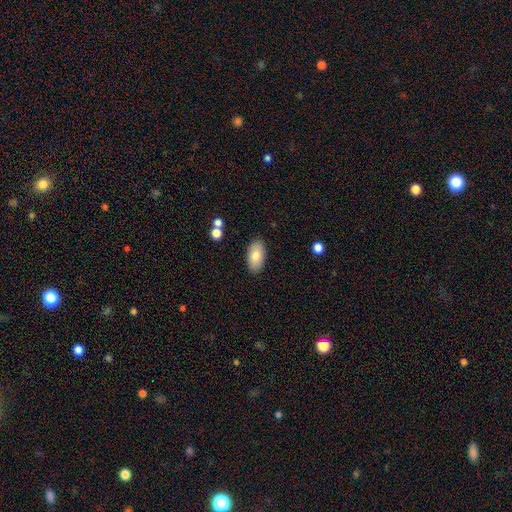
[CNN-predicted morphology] smooth-or-featured: smooth: 78% | featured or disk: 16% | star or artifact: 7%
  how-rounded: in between: 94% | round: 3% | cigar-shaped: 3%
  merging: none: 87% | minor disturbance: 9% | major disturbance: 2% | merger: 2%